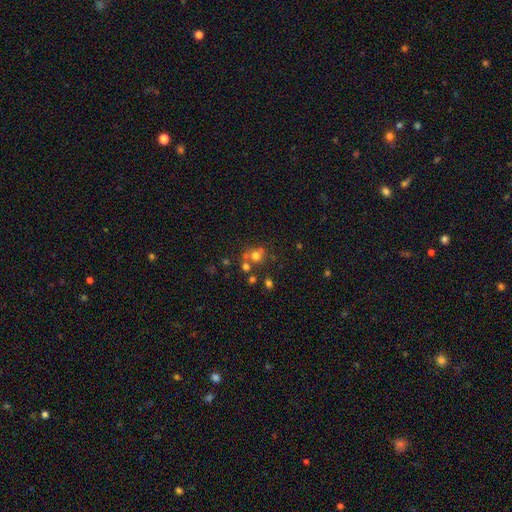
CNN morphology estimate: Q: Smooth or featured?
A: smooth (66%); runner-up: star or artifact (18%)
Q: How rounded?
A: round (78%); runner-up: in between (21%)
Q: Merging?
A: none (51%); runner-up: merger (31%)